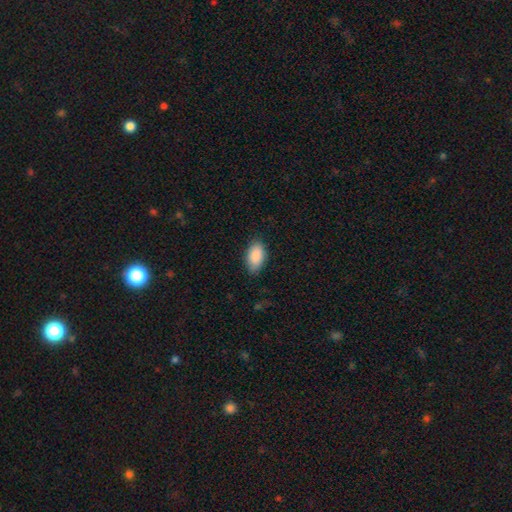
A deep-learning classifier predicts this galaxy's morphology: This appears to be a smooth galaxy with no disk features (90%) that is in between round and cigar-shaped (94%). Merging: none (82%).